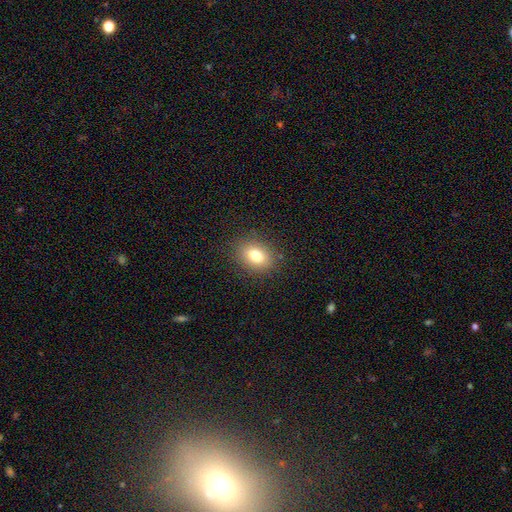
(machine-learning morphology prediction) smooth_or_featured: smooth (p=0.78) [alt: star or artifact p=0.11]
how_rounded: in between (p=0.70) [alt: round p=0.28]
merging: none (p=0.87) [alt: minor disturbance p=0.09]